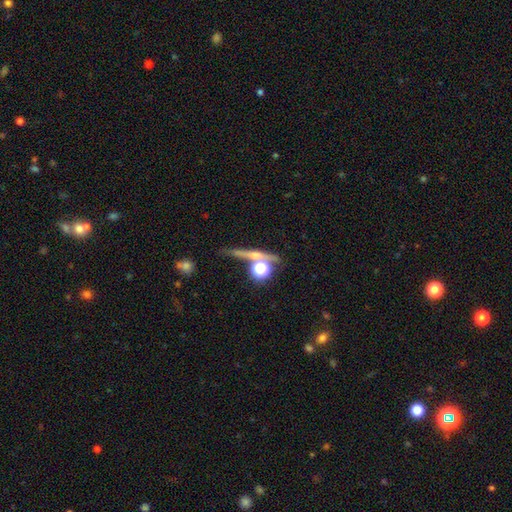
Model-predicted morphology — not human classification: This is marginally a star or artifact rather than a galaxy (43%).